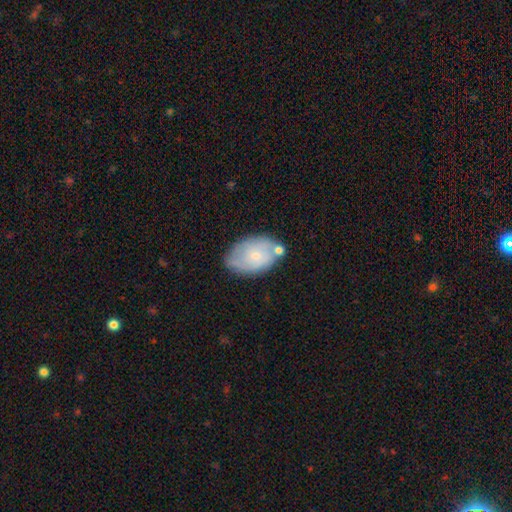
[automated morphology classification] featured or disk 51%, smooth 42%, star or artifact 6%. Down the decision tree: edge-on disk — no (95%); merging — none (61%).